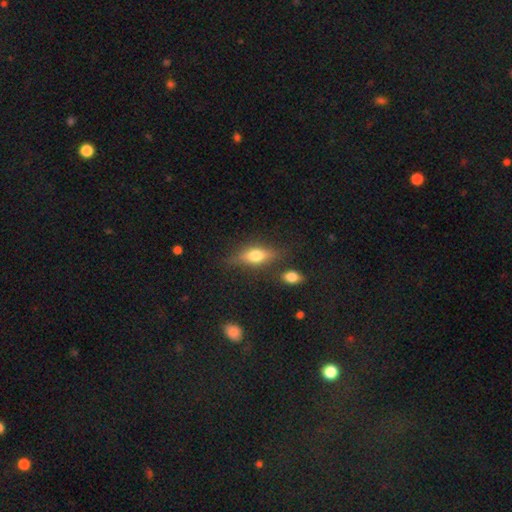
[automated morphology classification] This appears to be a smooth galaxy with no disk features (51%) that is in between round and cigar-shaped (59%). Merging: none (76%).